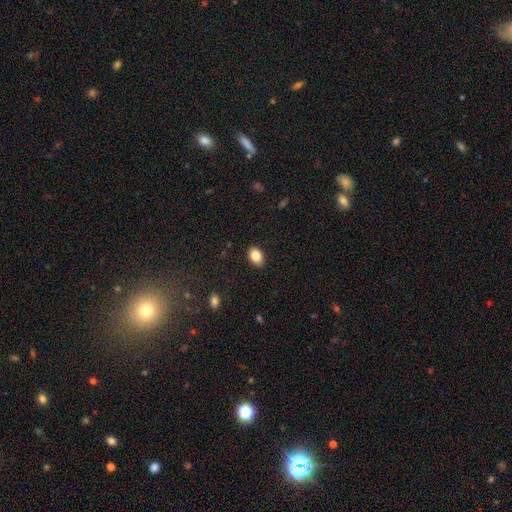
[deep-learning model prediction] This is clearly a smooth galaxy (85%). How rounded: clearly in between (85%). Merging: clearly none (88%).